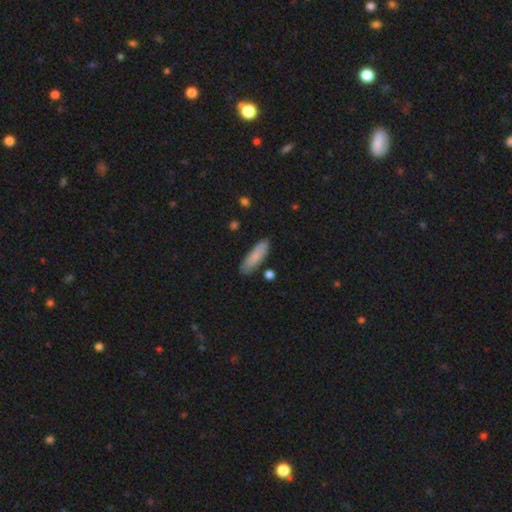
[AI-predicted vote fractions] smooth-or-featured: smooth: 83% | featured or disk: 11% | star or artifact: 6%
  how-rounded: cigar-shaped: 53% | in between: 46% | round: 2%
  merging: none: 84% | minor disturbance: 11% | merger: 3% | major disturbance: 2%